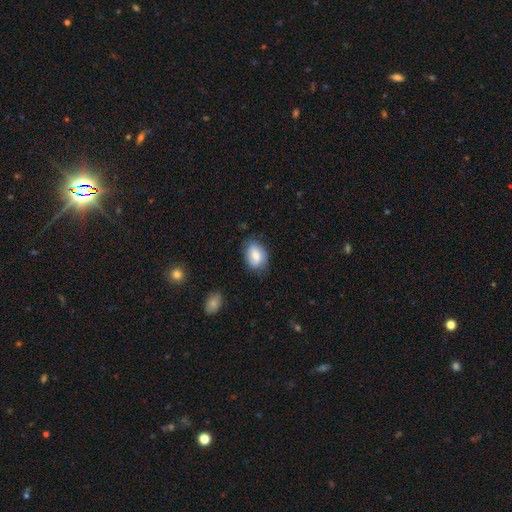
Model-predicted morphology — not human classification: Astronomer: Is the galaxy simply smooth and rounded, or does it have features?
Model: smooth — 70%.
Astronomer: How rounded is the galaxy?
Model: in between — 84%.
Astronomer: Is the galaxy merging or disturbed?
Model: none — 70%.